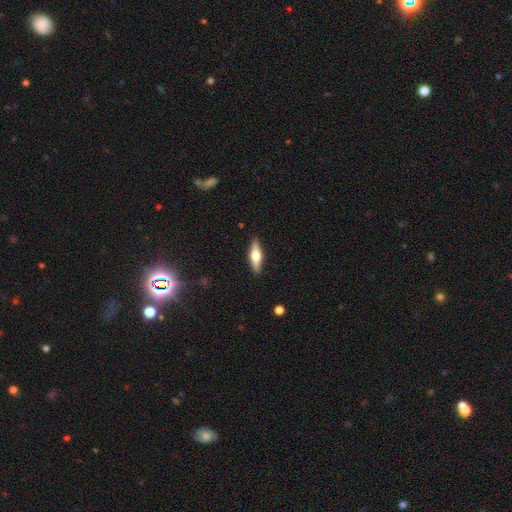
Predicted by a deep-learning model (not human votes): The model was most divided on "smooth or featured": featured or disk: 54%, smooth: 40%, star or artifact: 6%. More confident: edge-on disk — yes (94%); edge-on bulge — rounded (94%); merging — none (89%).